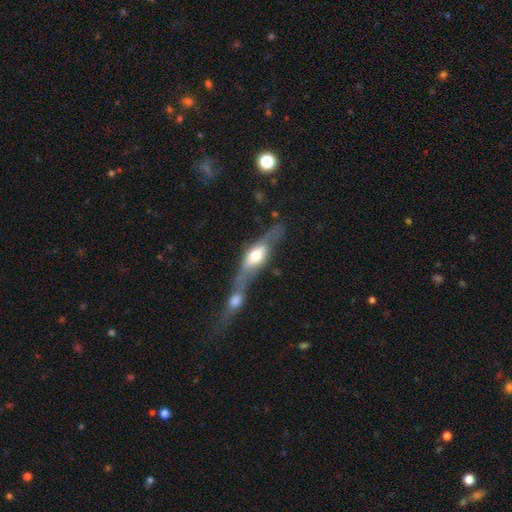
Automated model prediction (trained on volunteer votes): This appears to be a featured or disk galaxy (55%) viewed edge-on (52%). Merging: merger (63%).